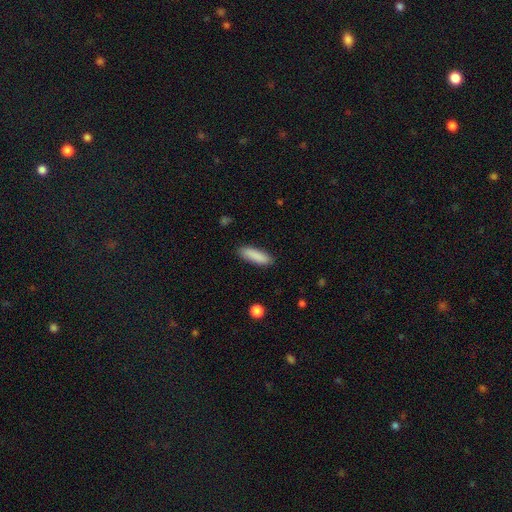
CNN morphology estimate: smooth 89%, star or artifact 6%, featured or disk 5%. Down the decision tree: how rounded — cigar-shaped (55%); merging — none (87%).